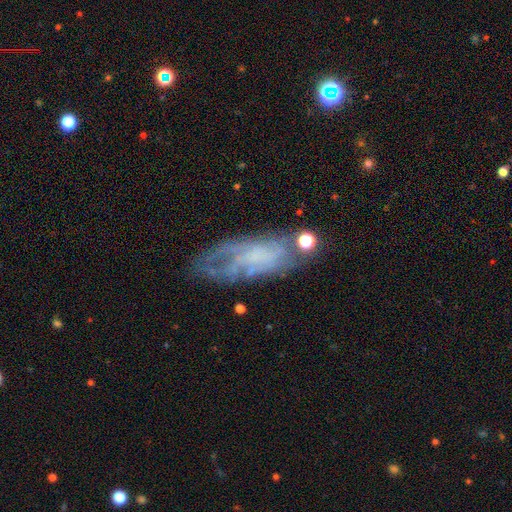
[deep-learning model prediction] smooth-or-featured: featured or disk: 59% | smooth: 30% | star or artifact: 11%
  disk-edge-on: no: 86% | yes: 14%
    bar: no: 77% | weak: 18% | strong: 5%
    has-spiral-arms: yes: 57% | no: 43%
    bulge-size: none: 64% | small: 22% | moderate: 9% | large: 3% | dominant: 1%
  merging: none: 54% | minor disturbance: 24% | major disturbance: 18% | merger: 5%